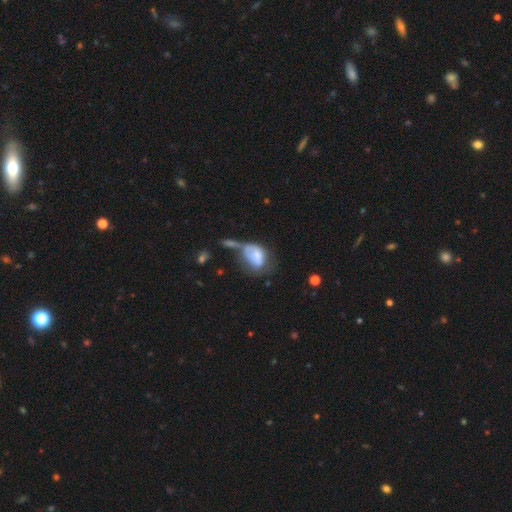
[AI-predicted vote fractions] Smooth or featured? smooth (67%)
How rounded? in between (81%)
Merging? major disturbance (33%)